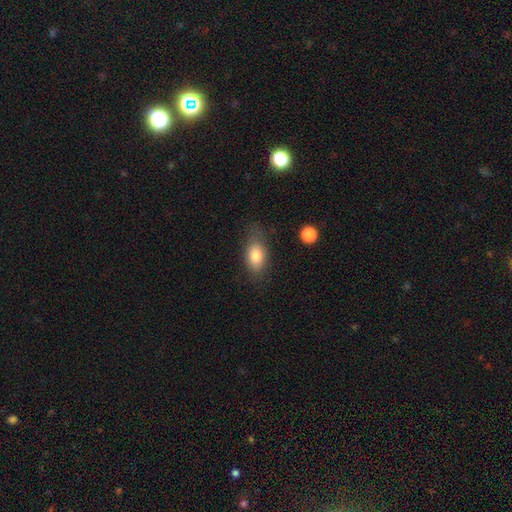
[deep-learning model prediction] smooth 81%, featured or disk 11%, star or artifact 8%. Down the decision tree: how rounded — in between (87%); merging — none (66%).